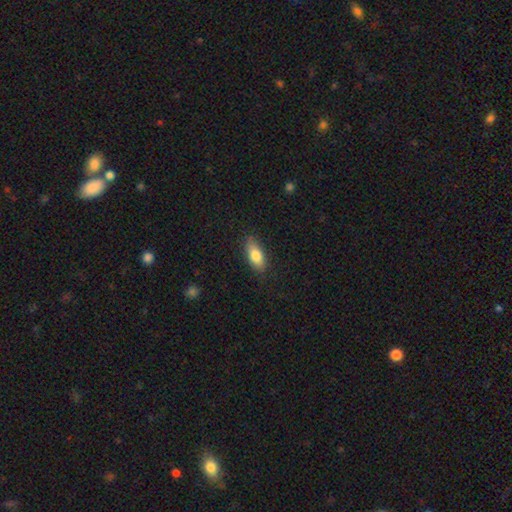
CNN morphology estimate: A smooth galaxy with no disk features (80%) that is in between round and cigar-shaped (81%). Merging: none (83%).